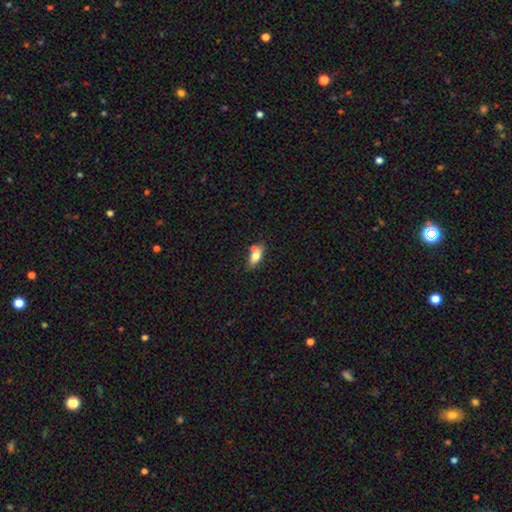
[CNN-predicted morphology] This appears to be a smooth galaxy with no disk features (74%) that is in between round and cigar-shaped (83%). Merging: none (54%).